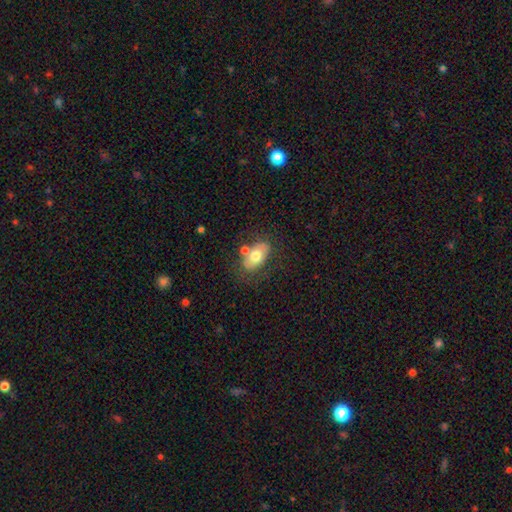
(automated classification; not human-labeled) Smooth or featured: smooth — 64% (featured or disk — 28%)
How rounded: in between — 88% (round — 10%)
Merging: none — 61% (minor disturbance — 17%)